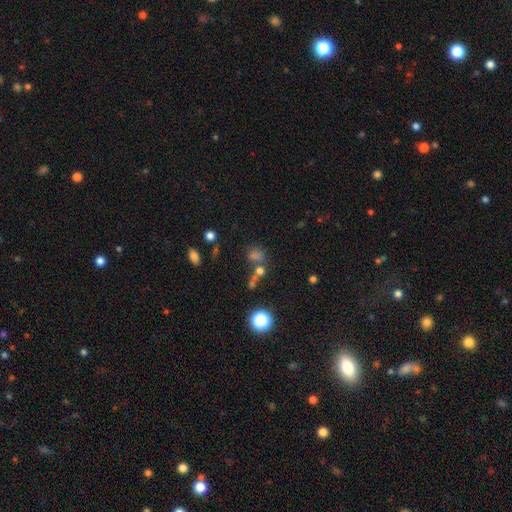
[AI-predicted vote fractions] This appears to be a smooth galaxy with no disk features (56%) that is round (65%). Merging: none (57%).